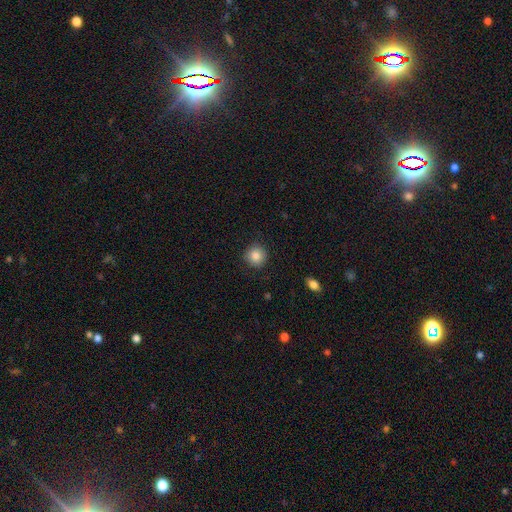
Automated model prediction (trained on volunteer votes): This appears to be a smooth galaxy with no disk features (86%) that is round (92%). Merging: none (88%).